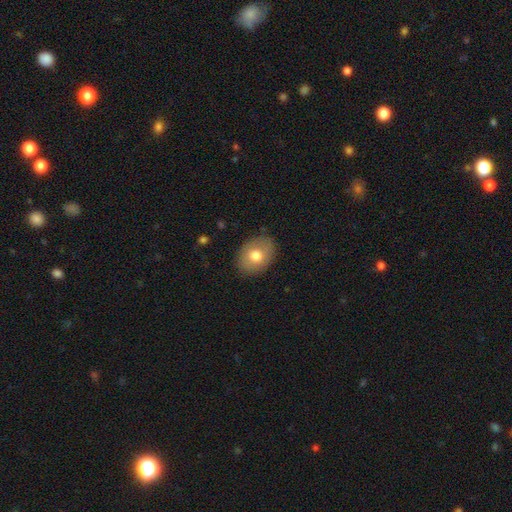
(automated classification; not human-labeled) This appears to be a smooth galaxy with no disk features (74%) that is in between round and cigar-shaped (62%). Merging: none (86%).